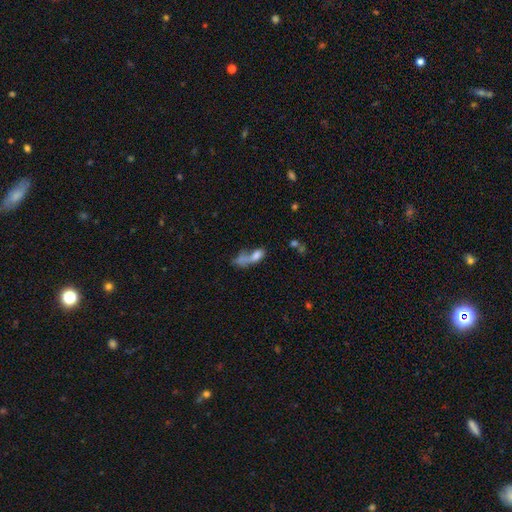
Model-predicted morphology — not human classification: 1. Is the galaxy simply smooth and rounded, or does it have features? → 53% smooth, 27% featured or disk, 20% star or artifact.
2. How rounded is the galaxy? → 58% in between, 25% cigar-shaped, 17% round.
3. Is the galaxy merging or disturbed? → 44% merger, 32% none, 12% major disturbance, 12% minor disturbance.